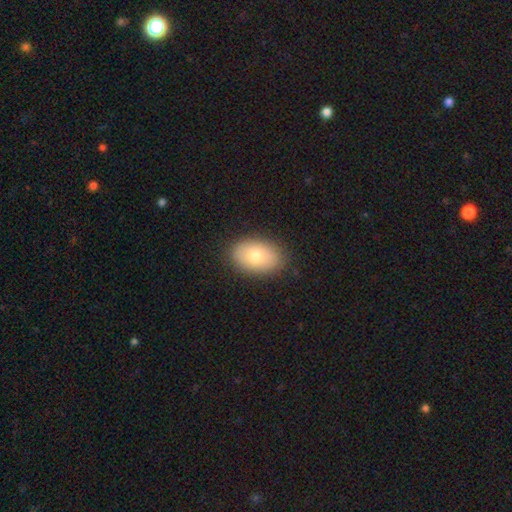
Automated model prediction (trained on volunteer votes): smooth-or-featured: smooth: 77% | featured or disk: 15% | star or artifact: 7%
  how-rounded: in between: 88% | round: 11% | cigar-shaped: 1%
  merging: none: 88% | minor disturbance: 9% | major disturbance: 2% | merger: 1%